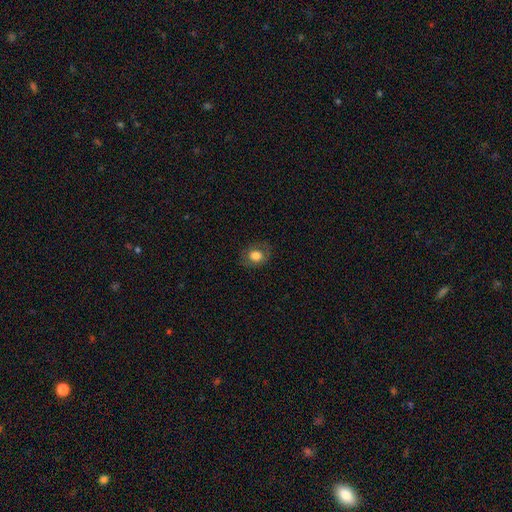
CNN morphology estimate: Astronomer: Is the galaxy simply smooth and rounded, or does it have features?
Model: smooth — 75%.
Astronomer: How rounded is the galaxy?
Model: round — 51% (runner-up: in between, 48%).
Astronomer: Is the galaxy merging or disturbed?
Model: none — 79%.